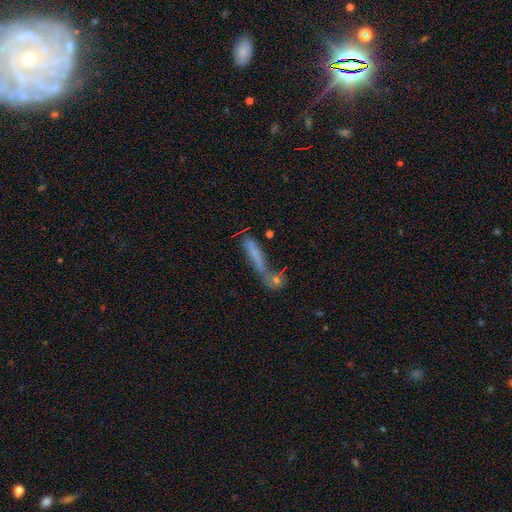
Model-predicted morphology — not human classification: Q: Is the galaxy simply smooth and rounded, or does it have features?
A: smooth — 52%.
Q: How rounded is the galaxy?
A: cigar-shaped — 83%.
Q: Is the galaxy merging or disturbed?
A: none — 37%, tied with merger.